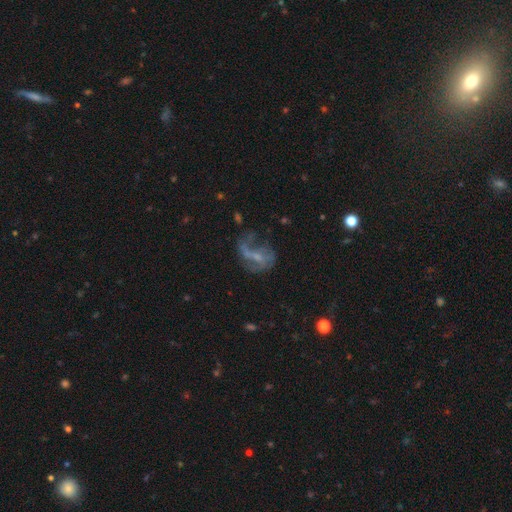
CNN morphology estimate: Q: Smooth or featured?
A: featured or disk (67%); runner-up: smooth (21%)
Q: Edge-on disk?
A: no (97%); runner-up: yes (3%)
Q: Bar?
A: no (46%); runner-up: weak (41%)
Q: Spiral arms?
A: yes (66%); runner-up: no (34%)
Q: Bulge size?
A: small (56%); runner-up: none (25%)
Q: Merging?
A: major disturbance (42%); runner-up: none (34%)